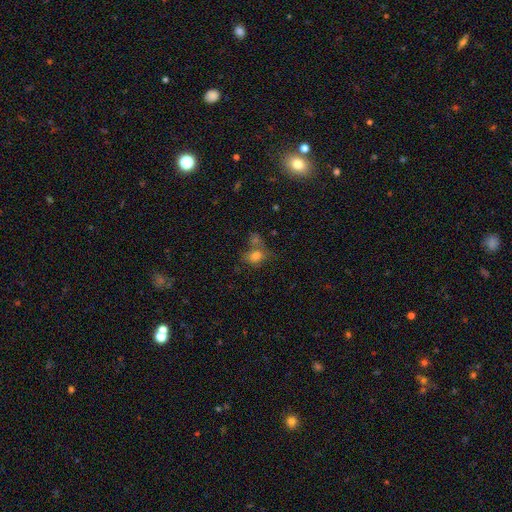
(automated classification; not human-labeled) This is likely a smooth galaxy (74%). How rounded: possibly in between (54%). Merging: marginally none (42%).